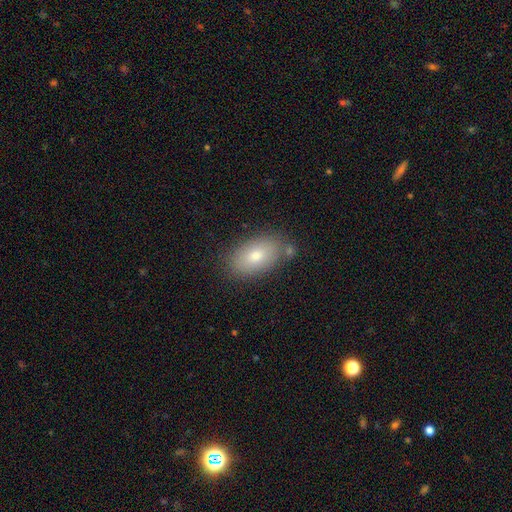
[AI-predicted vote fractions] Smooth or featured: smooth — 76% (featured or disk — 16%)
How rounded: in between — 91% (round — 7%)
Merging: none — 78% (minor disturbance — 14%)